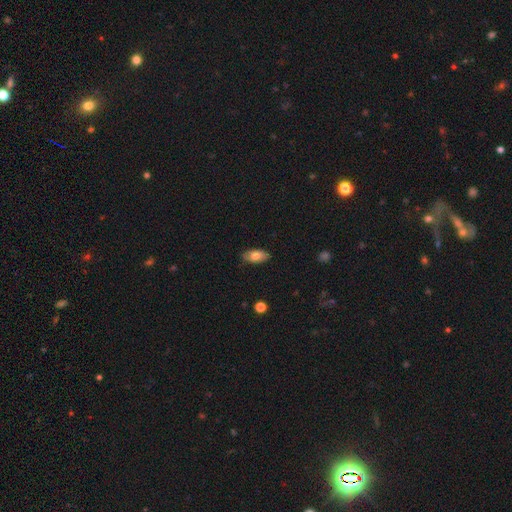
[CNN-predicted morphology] The model was most divided on "smooth or featured": smooth: 78%, featured or disk: 15%, star or artifact: 7%. More confident: how rounded — in between (91%); merging — none (85%).